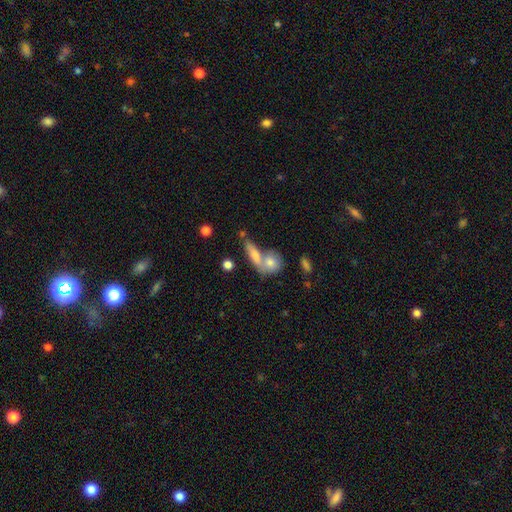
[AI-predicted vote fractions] Smooth or featured: smooth — 60% (featured or disk — 29%)
How rounded: in between — 42% (cigar-shaped — 40%)
Merging: merger — 43% (tied with none — 43%)